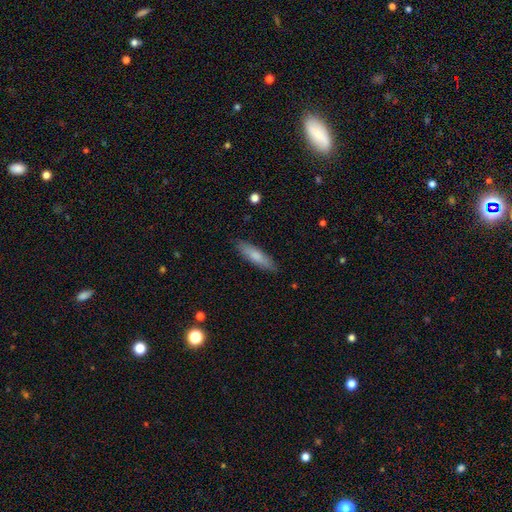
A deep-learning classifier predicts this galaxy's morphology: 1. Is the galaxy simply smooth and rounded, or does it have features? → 79% smooth, 16% featured or disk, 6% star or artifact.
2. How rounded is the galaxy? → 70% cigar-shaped, 29% in between, 1% round.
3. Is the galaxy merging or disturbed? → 87% none, 10% minor disturbance, 2% major disturbance, 1% merger.